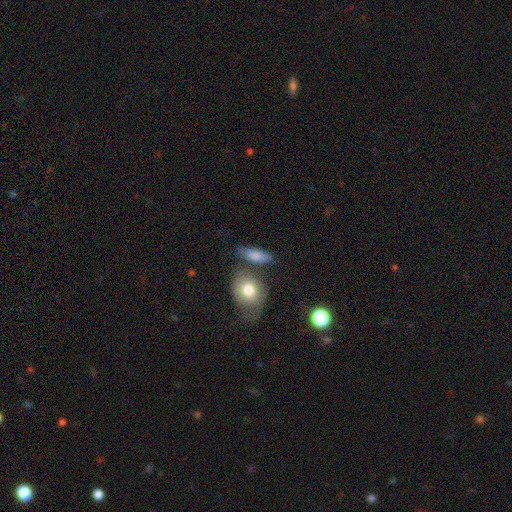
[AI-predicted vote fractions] A smooth galaxy with no disk features (76%) that is in between round and cigar-shaped (66%). Merging: none (60%).